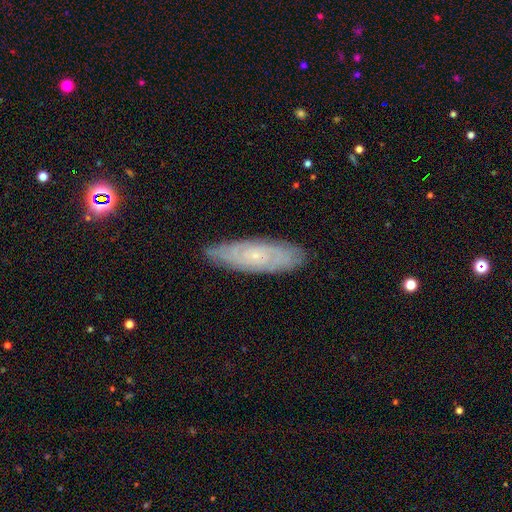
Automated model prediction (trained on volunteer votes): The model was most divided on "smooth or featured": featured or disk: 65%, smooth: 27%, star or artifact: 8%. More confident: spiral arms — yes (85%); bulge size — small (84%); merging — none (82%); bar — no (80%); edge-on disk — no (79%).